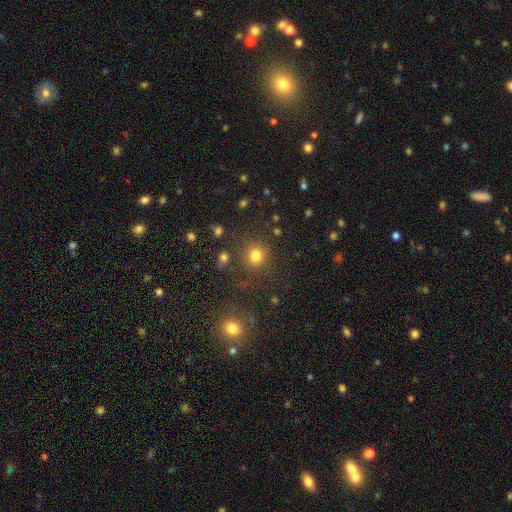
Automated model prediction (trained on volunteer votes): Smooth or featured: smooth — 79% (star or artifact — 15%)
How rounded: round — 88% (in between — 11%)
Merging: none — 79% (minor disturbance — 9%)